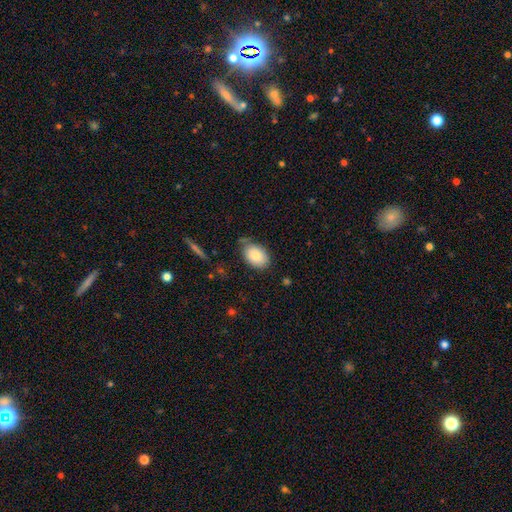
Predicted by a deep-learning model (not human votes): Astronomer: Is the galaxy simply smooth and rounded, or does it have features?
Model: smooth — 85%.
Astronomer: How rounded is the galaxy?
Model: in between — 85%.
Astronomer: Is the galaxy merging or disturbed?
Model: none — 69%.